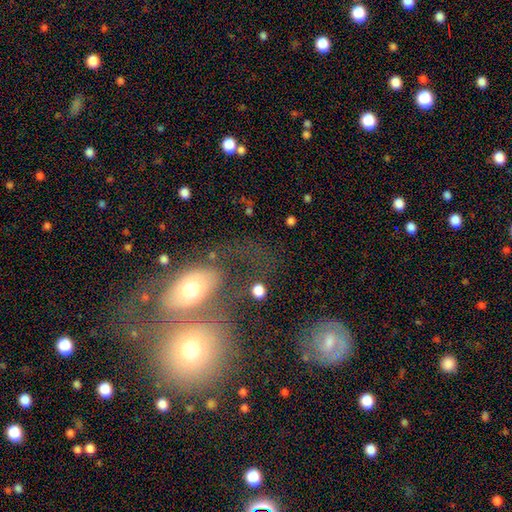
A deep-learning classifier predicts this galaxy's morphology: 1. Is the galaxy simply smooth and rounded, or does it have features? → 44% smooth, 39% featured or disk, 17% star or artifact.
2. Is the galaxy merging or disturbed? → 43% merger, 33% none, 13% major disturbance, 11% minor disturbance.